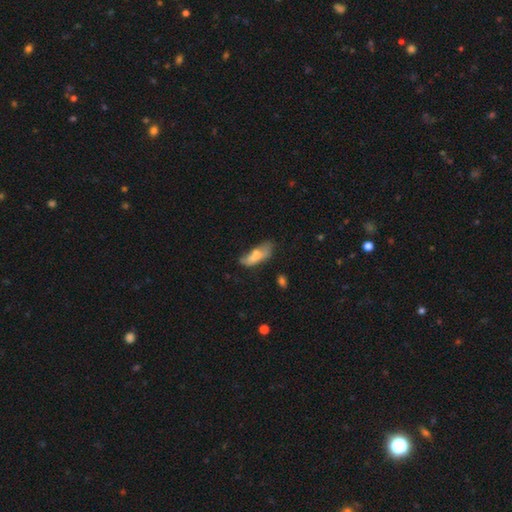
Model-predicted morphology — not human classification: Smooth or featured? Predicted: smooth (p=0.70). How rounded? Predicted: in between (p=0.69). Merging? Predicted: none (p=0.41).